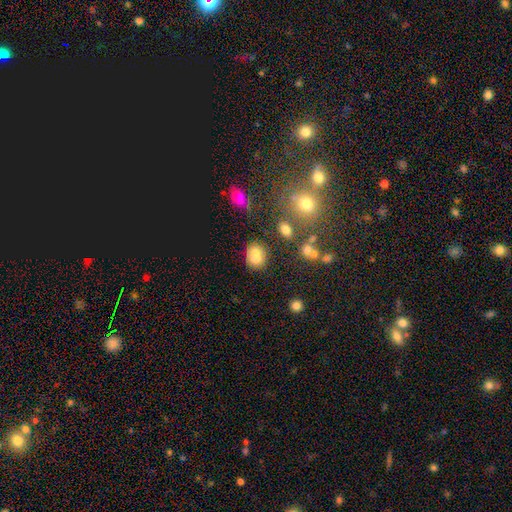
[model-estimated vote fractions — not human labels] This appears to be a smooth galaxy with no disk features (65%) that is round (67%). Merging: merger (52%).